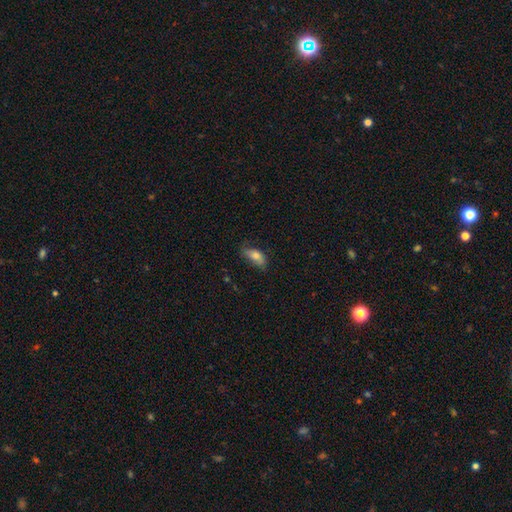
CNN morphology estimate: This is likely a smooth galaxy (76%). How rounded: clearly in between (86%). Merging: possibly none (59%).